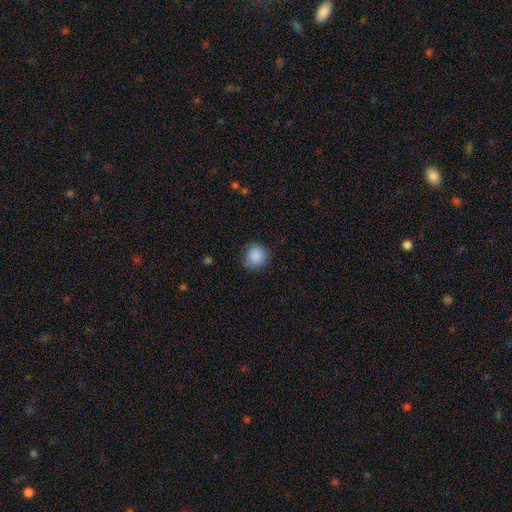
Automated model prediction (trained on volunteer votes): The model was most divided on "merging": none: 82%, minor disturbance: 14%, major disturbance: 3%, merger: 1%. More confident: how rounded — round (91%); smooth or featured — smooth (89%).